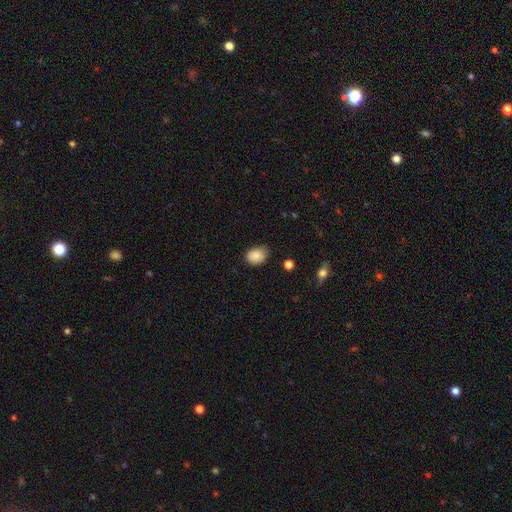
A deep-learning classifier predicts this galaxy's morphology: Smooth or featured? Predicted: smooth (p=0.86). How rounded? Predicted: in between (p=0.61). Merging? Predicted: none (p=0.69).